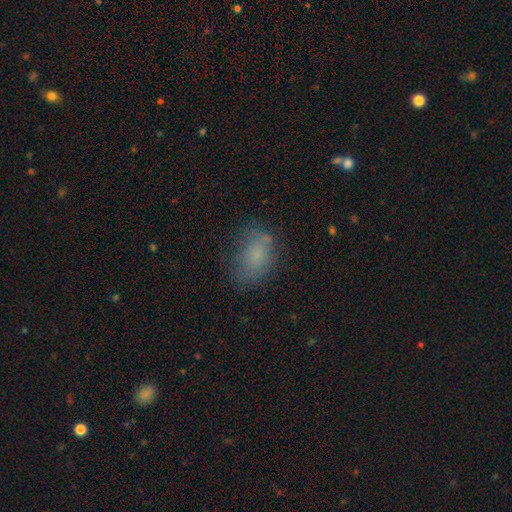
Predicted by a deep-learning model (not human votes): Smooth or featured: smooth — 72% (featured or disk — 15%)
How rounded: in between — 79% (round — 19%)
Merging: none — 57% (minor disturbance — 26%)